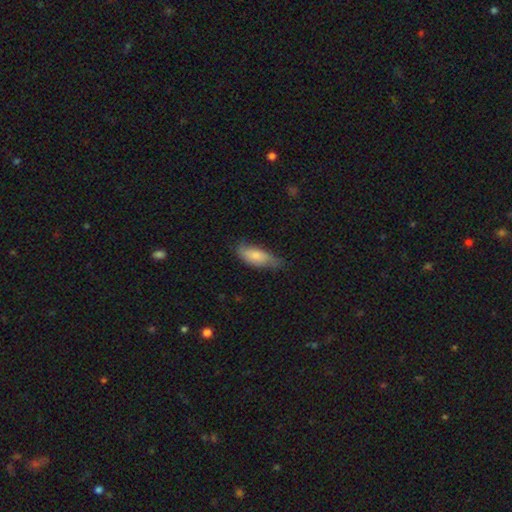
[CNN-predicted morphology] This appears to be a smooth galaxy with no disk features (75%) that is in between round and cigar-shaped (77%). Merging: none (57%).